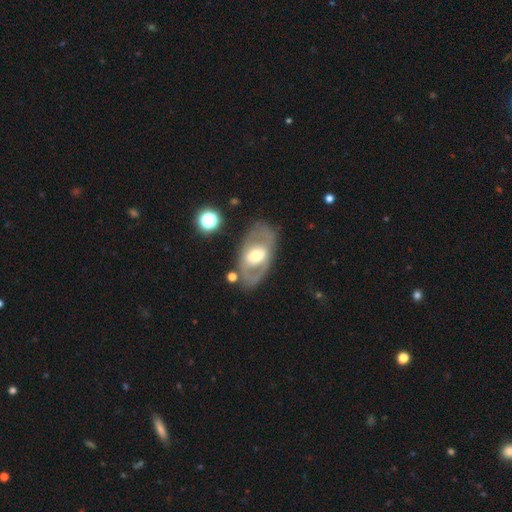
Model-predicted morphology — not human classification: Overall: featured or disk (64%; smooth 29%). Edge-on disk: no (90%). Bar: no (39%; weak 35%). Spiral arms: no (66%; yes 34%). Bulge size: moderate (63%). Merging: none (73%).